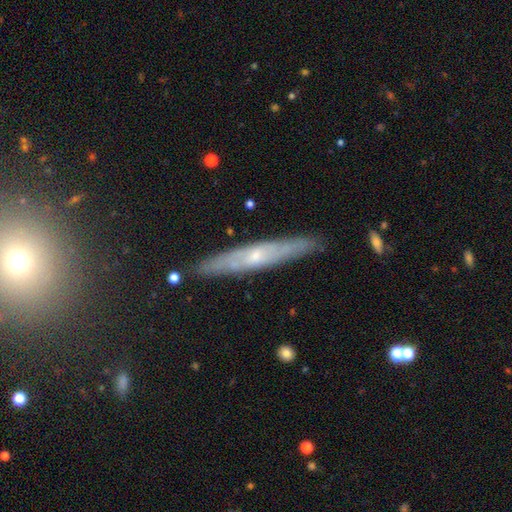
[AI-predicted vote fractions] Smooth or featured? Predicted: featured or disk (p=0.65). Edge-on disk? Predicted: yes (p=0.80). Edge-on bulge? Predicted: rounded (p=0.58). Merging? Predicted: none (p=0.86).